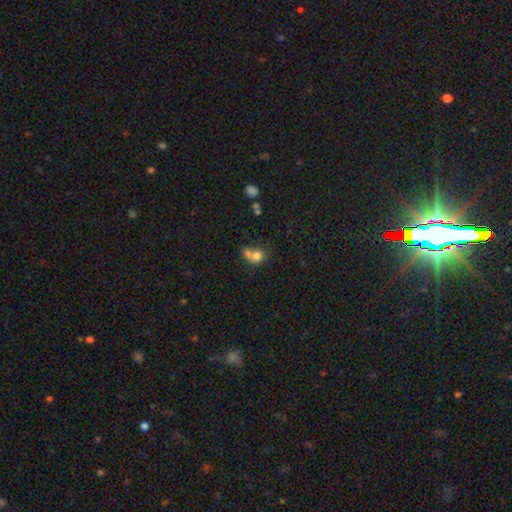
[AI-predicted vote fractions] A smooth galaxy with no disk features (74%) that is round (61%). Merging: merger (56%).